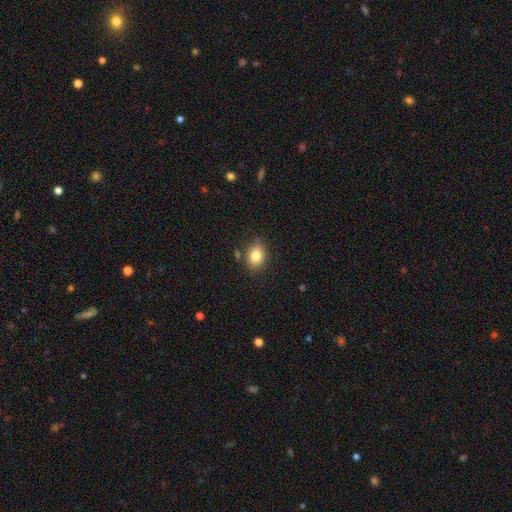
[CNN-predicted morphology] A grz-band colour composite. It shows a smooth galaxy with no disk features (83%) that is in between round and cigar-shaped (65%). Merging: none (79%).